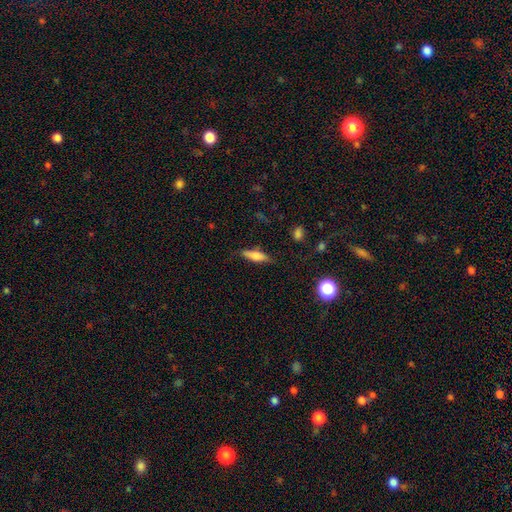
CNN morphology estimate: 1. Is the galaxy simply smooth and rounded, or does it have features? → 66% smooth, 27% featured or disk, 8% star or artifact.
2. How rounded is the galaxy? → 58% cigar-shaped, 39% in between, 3% round.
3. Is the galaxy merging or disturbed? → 79% none, 15% minor disturbance, 4% major disturbance, 2% merger.